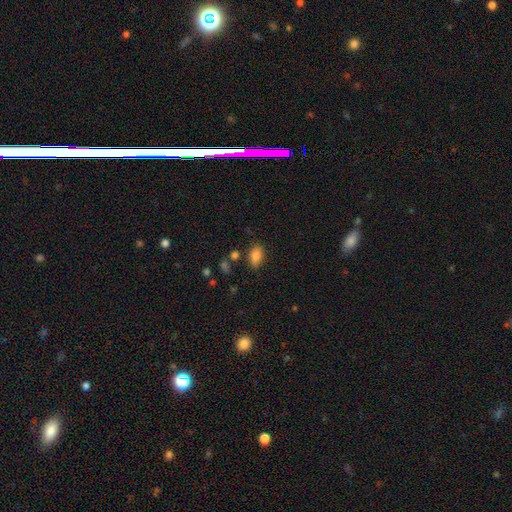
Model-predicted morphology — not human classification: A smooth galaxy with no disk features (85%) that is in between round and cigar-shaped (90%). Merging: none (78%).